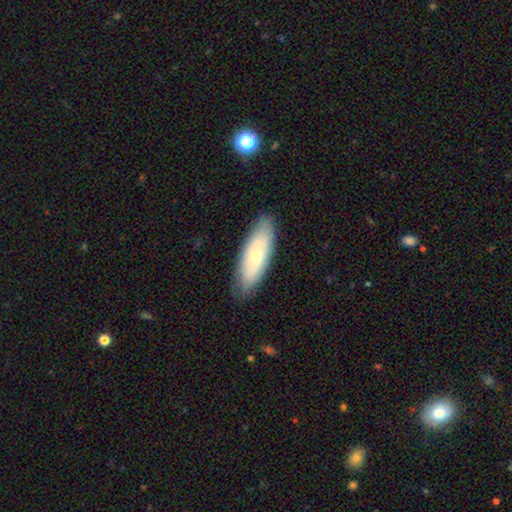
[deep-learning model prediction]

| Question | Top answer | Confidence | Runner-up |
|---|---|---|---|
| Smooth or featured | smooth | 59% | featured or disk (35%) |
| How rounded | in between | 66% | cigar-shaped (31%) |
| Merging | none | 83% | minor disturbance (13%) |